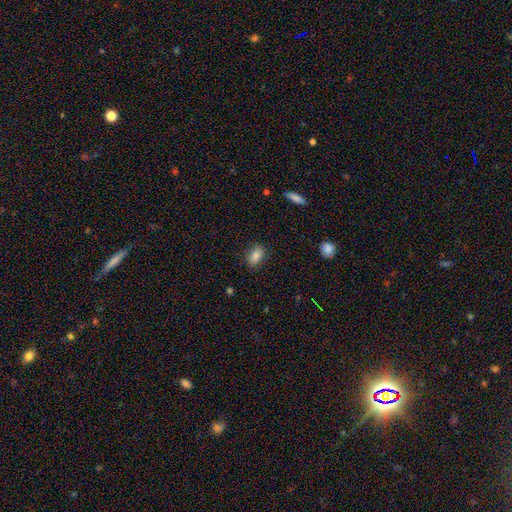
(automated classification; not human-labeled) This appears to be a smooth galaxy with no disk features (85%) that is in between round and cigar-shaped (87%). Merging: none (85%).